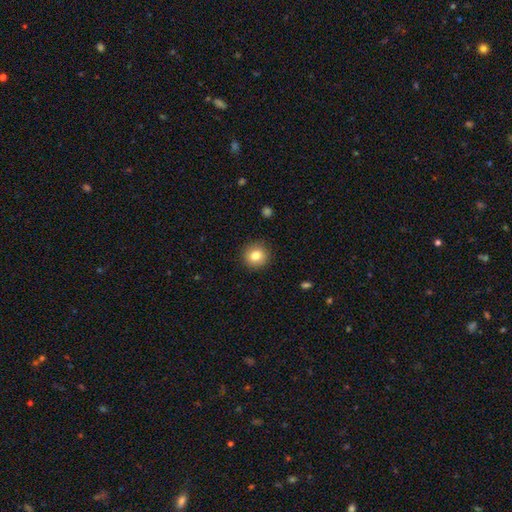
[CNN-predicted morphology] Q: Smooth or featured?
A: smooth (83%); runner-up: star or artifact (10%)
Q: How rounded?
A: round (92%); runner-up: in between (7%)
Q: Merging?
A: none (90%); runner-up: minor disturbance (7%)